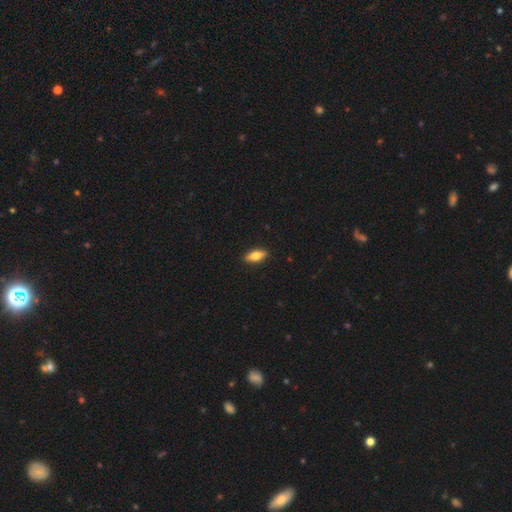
This is likely a smooth galaxy (72%). How rounded: clearly in between (93%). Merging: clearly none (92%).